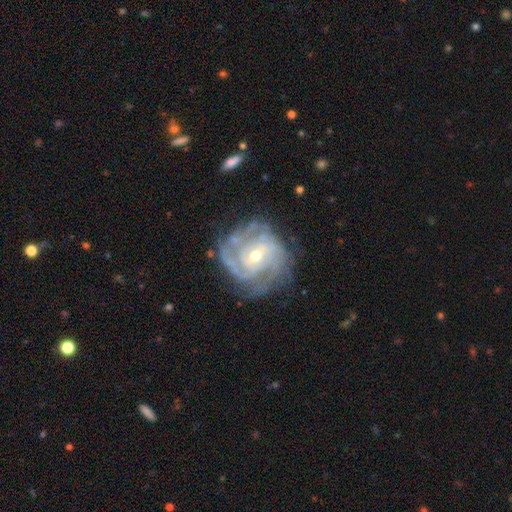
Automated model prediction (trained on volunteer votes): Smooth or featured?
  - featured or disk: 89% *
  - smooth: 6%
  - star or artifact: 5%
Edge-on disk?
  - no: 98% *
  - yes: 2%
Bar?
  - no: 49% *
  - weak: 40%
  - strong: 11%
Spiral arms?
  - yes: 96% *
  - no: 4%
Spiral winding?
  - tight: 66% *
  - medium: 28%
  - loose: 6%
Spiral arm count?
  - can't tell: 28% *
  - 3: 25%
  - 2: 21%
  - 4: 14%
  - more than 4: 6%
  - 1: 6%
Bulge size?
  - small: 49% *
  - moderate: 47%
  - large: 2%
  - none: 1%
  - dominant: 1%
Merging?
  - none: 69% *
  - minor disturbance: 19%
  - major disturbance: 10%
  - merger: 2%